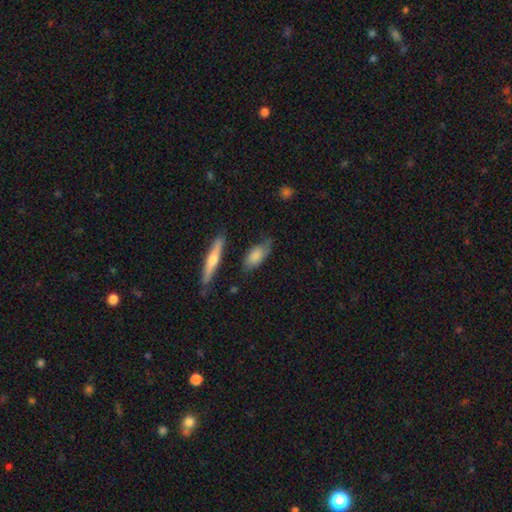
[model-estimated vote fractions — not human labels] The model was most divided on "merging": none: 59%, minor disturbance: 28%, major disturbance: 8%, merger: 4%. More confident: how rounded — in between (79%); smooth or featured — smooth (65%).